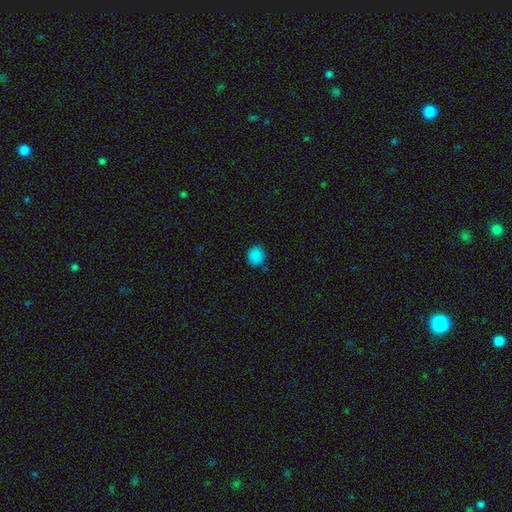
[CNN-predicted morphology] A smooth galaxy with no disk features (85%) that is round (89%).

Vote fractions:
- Smooth or featured? smooth: 85% / star or artifact: 12% / featured or disk: 3%
- How rounded? round: 89% / in between: 10% / cigar-shaped: 1%
- Merging? none: 84% / minor disturbance: 10% / merger: 3% / major disturbance: 3%